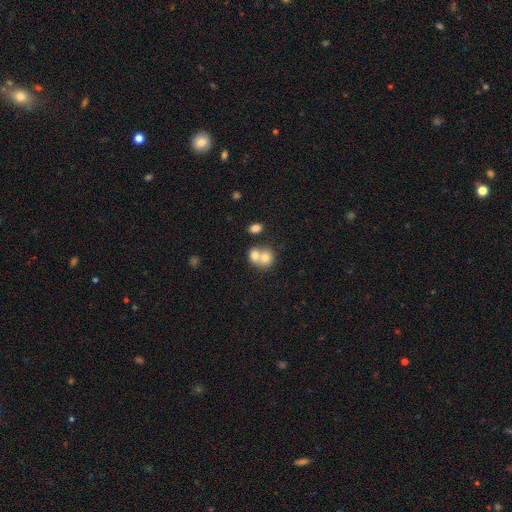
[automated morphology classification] smooth-or-featured: smooth: 72% | featured or disk: 18% | star or artifact: 9%
  how-rounded: round: 67% | in between: 32% | cigar-shaped: 1%
  merging: merger: 67% | none: 25% | minor disturbance: 6% | major disturbance: 3%